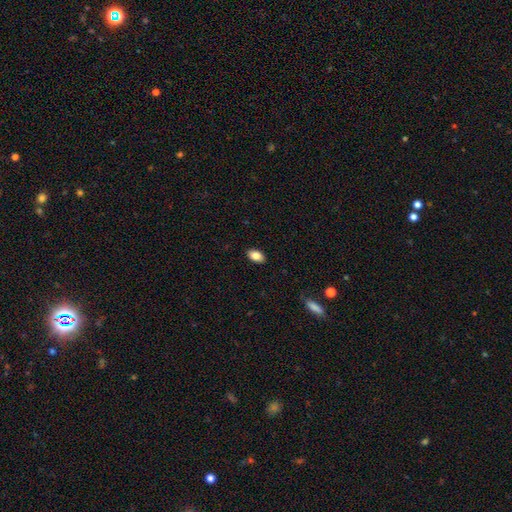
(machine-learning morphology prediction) This is clearly a smooth galaxy (86%). How rounded: clearly in between (92%). Merging: clearly none (89%).